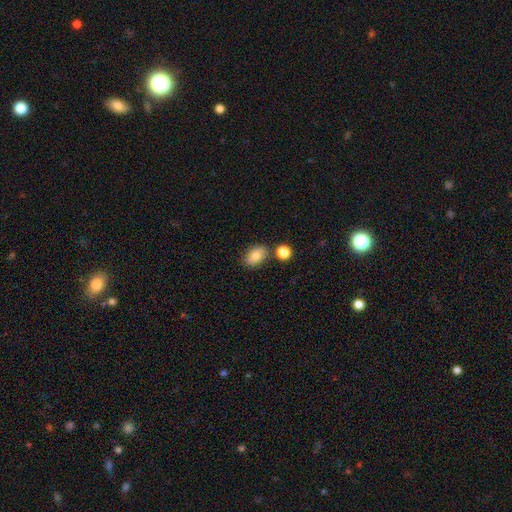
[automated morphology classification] A smooth galaxy with no disk features (81%) that is in between round and cigar-shaped (85%).

Vote fractions:
- Smooth or featured? smooth: 81% / featured or disk: 10% / star or artifact: 9%
- How rounded? in between: 85% / round: 13% / cigar-shaped: 2%
- Merging? none: 76% / minor disturbance: 12% / merger: 9% / major disturbance: 3%